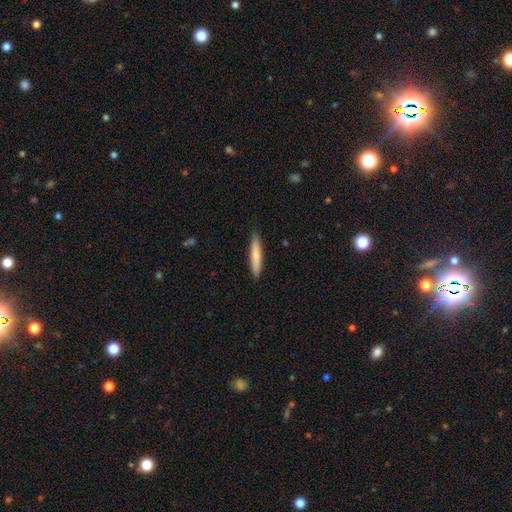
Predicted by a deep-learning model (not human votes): Q: Smooth or featured?
A: smooth (73%); runner-up: featured or disk (22%)
Q: How rounded?
A: cigar-shaped (91%); runner-up: in between (8%)
Q: Merging?
A: none (89%); runner-up: minor disturbance (8%)